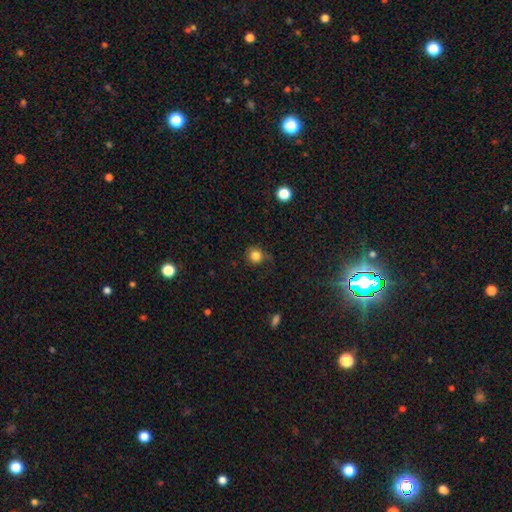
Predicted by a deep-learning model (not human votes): Smooth or featured: smooth — 82% (star or artifact — 12%)
How rounded: round — 89% (in between — 10%)
Merging: none — 67% (minor disturbance — 22%)